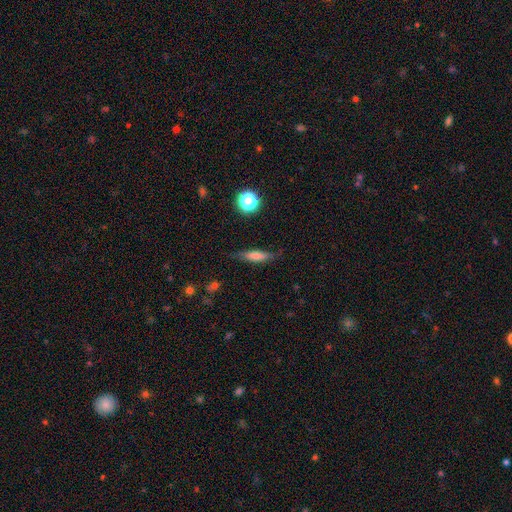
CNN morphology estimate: This appears to be a smooth galaxy with no disk features (60%) that is cigar-shaped (71%). Merging: none (78%).